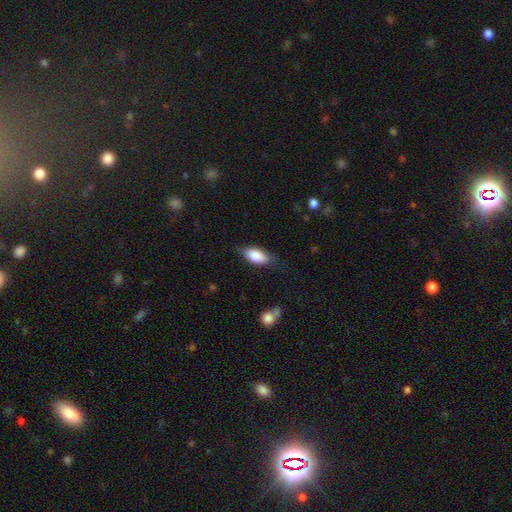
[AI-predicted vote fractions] Smooth or featured?
  - smooth: 82% *
  - featured or disk: 12%
  - star or artifact: 6%
How rounded?
  - in between: 87% *
  - cigar-shaped: 10%
  - round: 3%
Merging?
  - none: 68% *
  - minor disturbance: 24%
  - major disturbance: 6%
  - merger: 2%